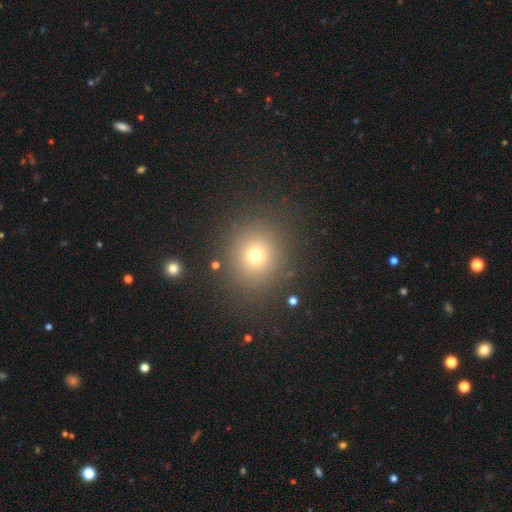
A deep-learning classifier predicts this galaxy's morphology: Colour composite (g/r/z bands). It shows a smooth galaxy with no disk features (70%) that is round (86%). Merging: none (86%).